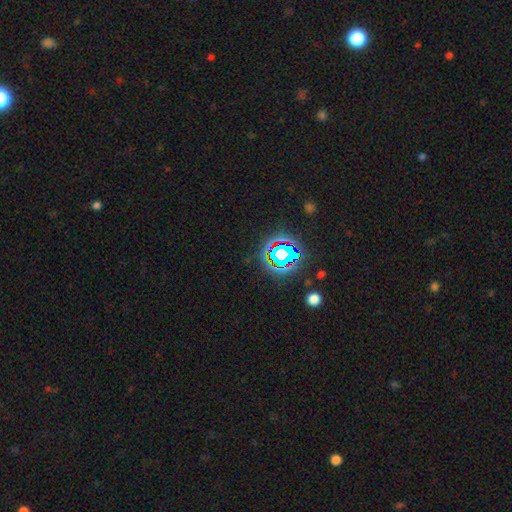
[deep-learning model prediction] Smooth or featured?
  - star or artifact: 78% *
  - smooth: 14%
  - featured or disk: 8%